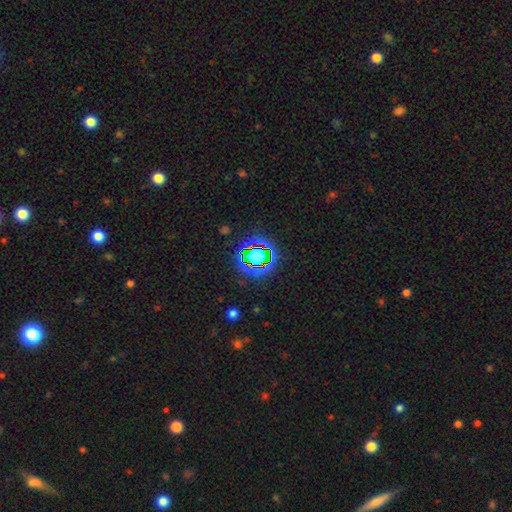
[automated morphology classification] type=star or artifact (63%).